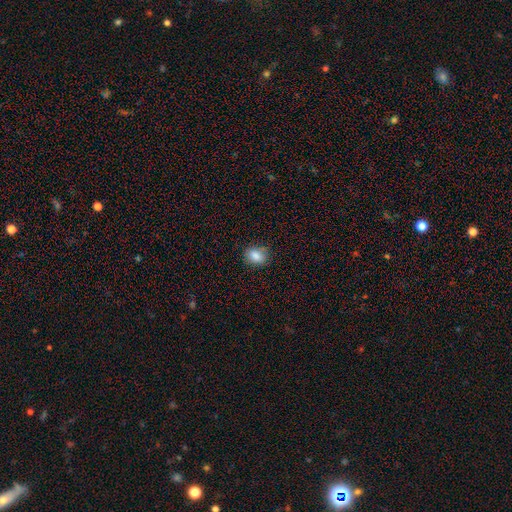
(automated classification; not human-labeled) Smooth or featured? Predicted: smooth (p=0.85). How rounded? Predicted: in between (p=0.66). Merging? Predicted: none (p=0.80).